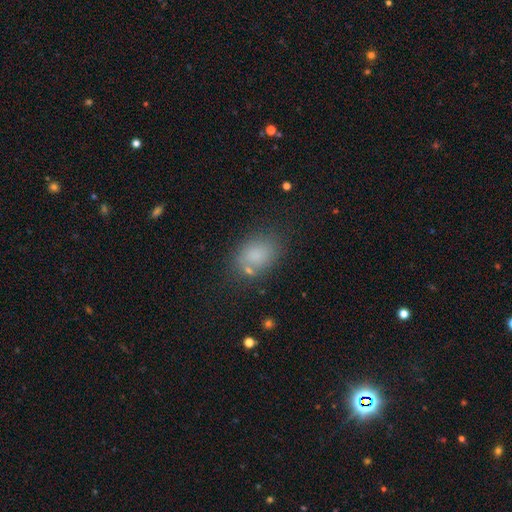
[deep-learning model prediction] Q: Smooth or featured?
A: smooth (79%); runner-up: star or artifact (12%)
Q: How rounded?
A: in between (75%); runner-up: round (24%)
Q: Merging?
A: none (70%); runner-up: minor disturbance (17%)